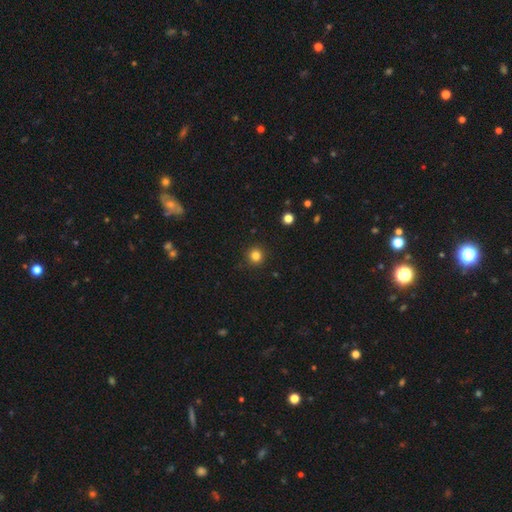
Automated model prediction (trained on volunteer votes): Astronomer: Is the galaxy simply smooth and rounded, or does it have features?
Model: smooth — 83%.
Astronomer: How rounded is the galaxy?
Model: round — 94%.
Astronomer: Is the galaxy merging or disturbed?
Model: none — 92%.